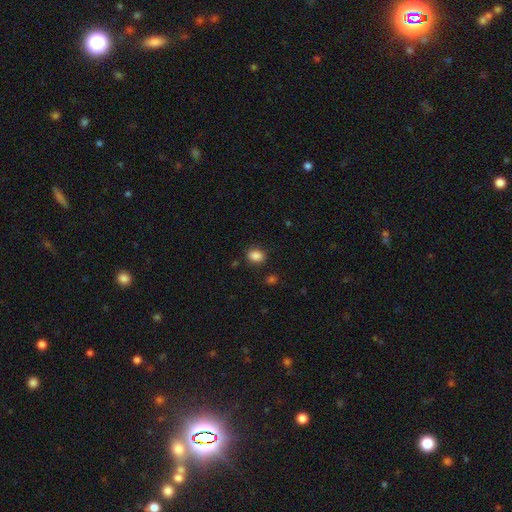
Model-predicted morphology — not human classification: This is clearly a smooth galaxy (86%). How rounded: likely in between (62%). Merging: clearly none (84%).